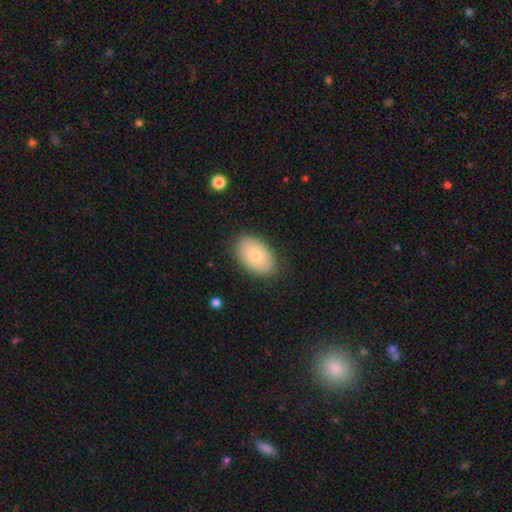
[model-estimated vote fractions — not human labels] A smooth galaxy with no disk features (75%) that is in between round and cigar-shaped (91%). Merging: none (86%).